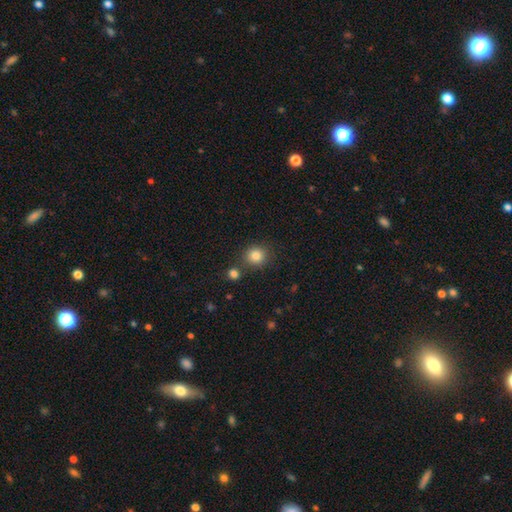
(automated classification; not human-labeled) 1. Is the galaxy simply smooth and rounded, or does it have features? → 84% smooth, 11% star or artifact, 5% featured or disk.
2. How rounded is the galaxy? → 87% round, 13% in between, 1% cigar-shaped.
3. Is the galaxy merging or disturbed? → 78% none, 10% merger, 9% minor disturbance, 3% major disturbance.